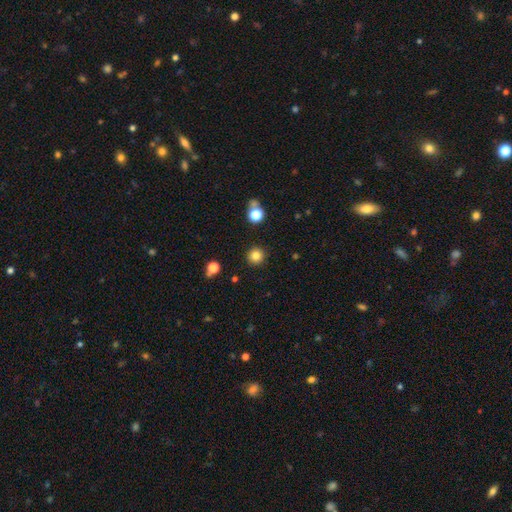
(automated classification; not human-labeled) Q: Smooth or featured?
A: smooth (82%); runner-up: star or artifact (12%)
Q: How rounded?
A: round (95%); runner-up: in between (4%)
Q: Merging?
A: none (91%); runner-up: minor disturbance (5%)